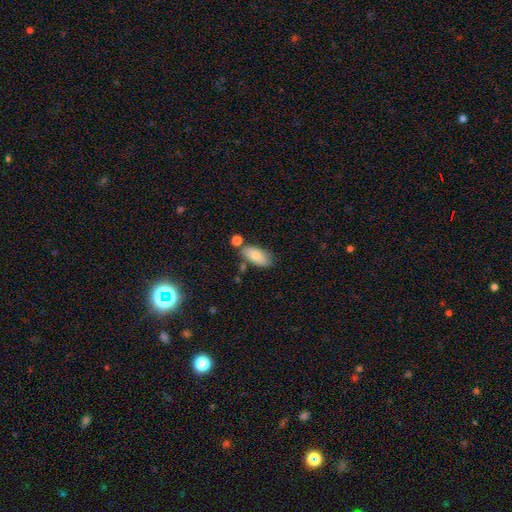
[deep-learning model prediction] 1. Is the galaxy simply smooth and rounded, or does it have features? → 82% smooth, 11% featured or disk, 6% star or artifact.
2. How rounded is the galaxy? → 89% in between, 8% cigar-shaped, 3% round.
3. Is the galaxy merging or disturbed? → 66% none, 18% minor disturbance, 12% merger, 4% major disturbance.